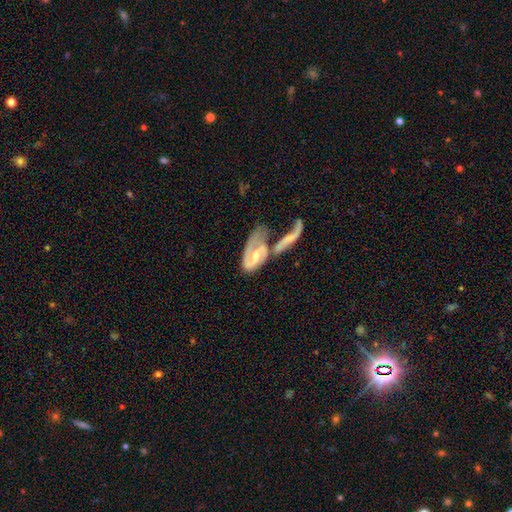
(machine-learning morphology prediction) smooth-or-featured: featured or disk: 76% | smooth: 18% | star or artifact: 6%
  disk-edge-on: no: 92% | yes: 8%
    bar: no: 43% | weak: 37% | strong: 19%
    has-spiral-arms: yes: 78% | no: 22%
      spiral-winding: loose: 52% | medium: 31% | tight: 17%
      spiral-arm-count: 2: 63% | 1: 23% | can't tell: 11% | 3: 1% | 4: 1% | more than 4: 1%
    bulge-size: moderate: 58% | small: 34% | large: 4% | none: 3% | dominant: 1%
  merging: merger: 61% | major disturbance: 17% | none: 13% | minor disturbance: 9%